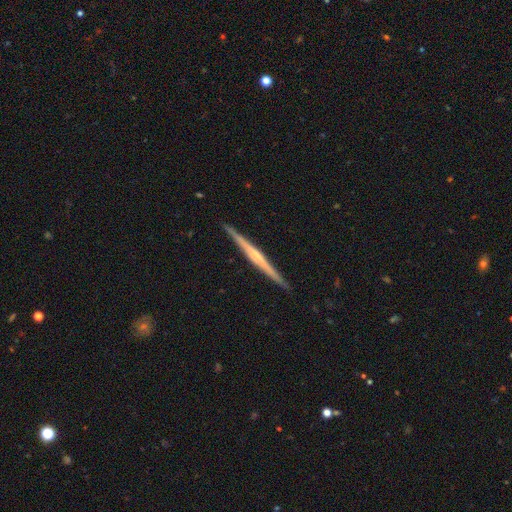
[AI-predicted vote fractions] smooth-or-featured: featured or disk: 75% | smooth: 20% | star or artifact: 5%
  disk-edge-on: yes: 98% | no: 2%
    edge-on-bulge: rounded: 52% | none: 35% | boxy: 14%
  merging: none: 91% | minor disturbance: 6% | major disturbance: 1% | merger: 1%